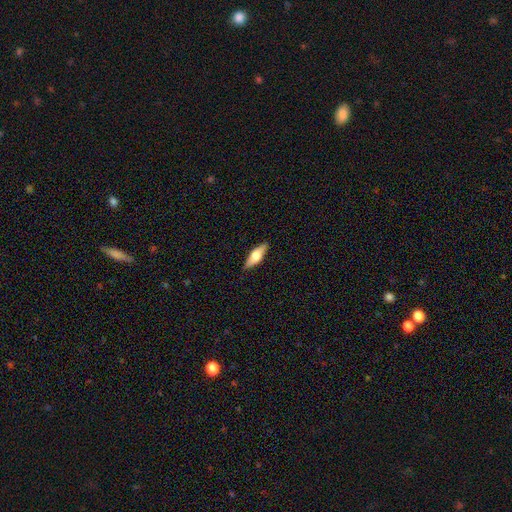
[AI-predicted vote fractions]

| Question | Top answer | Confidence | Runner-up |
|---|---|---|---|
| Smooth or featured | smooth | 50% | featured or disk (44%) |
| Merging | none | 88% | minor disturbance (9%) |